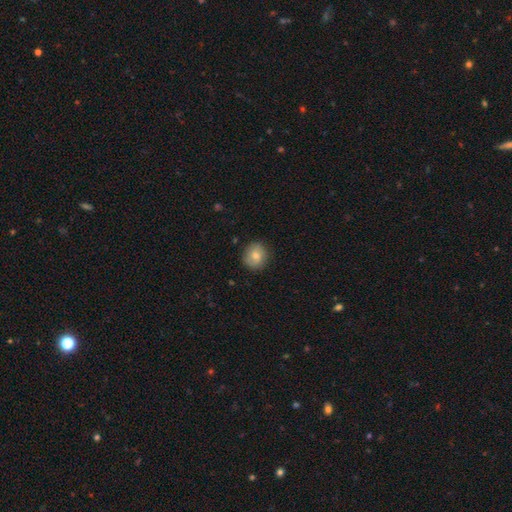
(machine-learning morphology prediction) Smooth or featured: smooth — 78% (featured or disk — 13%)
How rounded: round — 85% (in between — 14%)
Merging: none — 84% (minor disturbance — 12%)